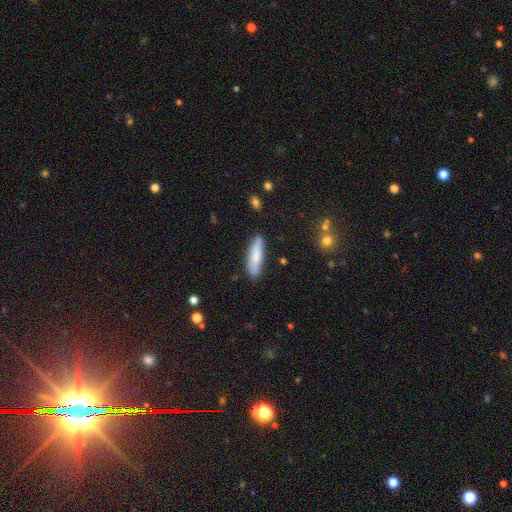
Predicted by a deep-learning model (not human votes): Smooth or featured?
  - smooth: 76% *
  - featured or disk: 18%
  - star or artifact: 6%
How rounded?
  - cigar-shaped: 64% *
  - in between: 34%
  - round: 2%
Merging?
  - none: 78% *
  - minor disturbance: 16%
  - major disturbance: 3%
  - merger: 3%